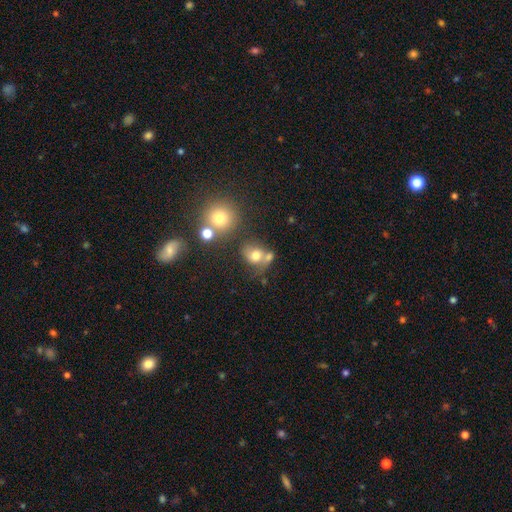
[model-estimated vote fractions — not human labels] smooth-or-featured: smooth: 70% | featured or disk: 16% | star or artifact: 15%
  how-rounded: round: 66% | in between: 33% | cigar-shaped: 1%
  merging: none: 44% | merger: 31% | minor disturbance: 16% | major disturbance: 9%